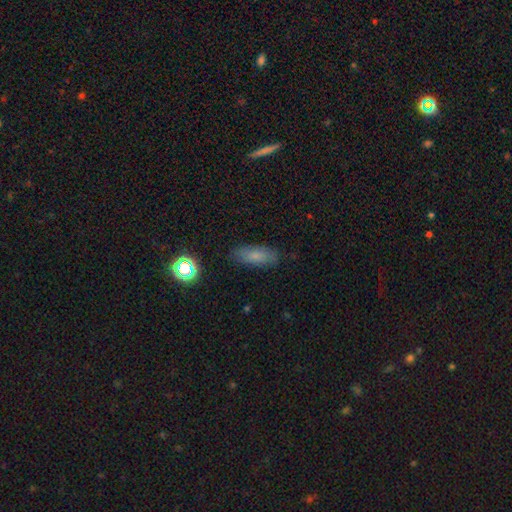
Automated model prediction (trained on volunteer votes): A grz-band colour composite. It shows a smooth galaxy with no disk features (76%) that is in between round and cigar-shaped (73%). Merging: none (84%).